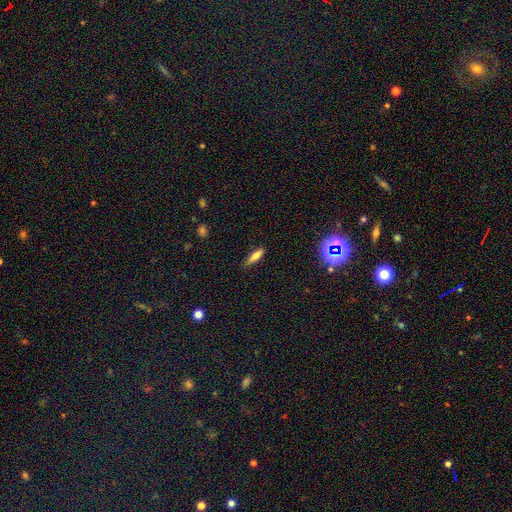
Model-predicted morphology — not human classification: Smooth or featured?
  - smooth: 71% *
  - featured or disk: 19%
  - star or artifact: 10%
How rounded?
  - cigar-shaped: 57% *
  - in between: 40%
  - round: 3%
Merging?
  - none: 84% *
  - minor disturbance: 12%
  - major disturbance: 3%
  - merger: 1%